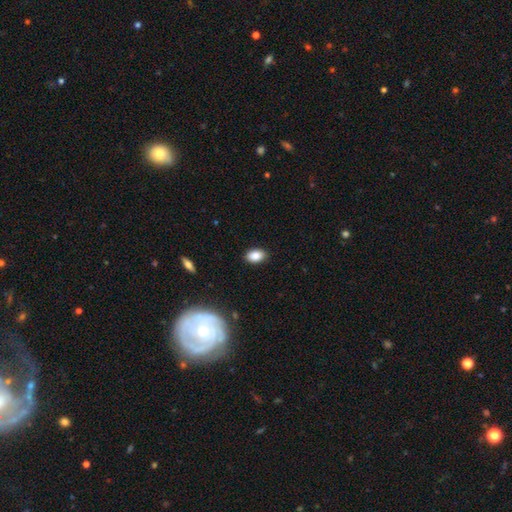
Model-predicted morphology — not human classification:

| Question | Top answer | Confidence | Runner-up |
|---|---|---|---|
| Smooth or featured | smooth | 86% | star or artifact (8%) |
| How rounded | in between | 88% | round (10%) |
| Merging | none | 89% | minor disturbance (8%) |